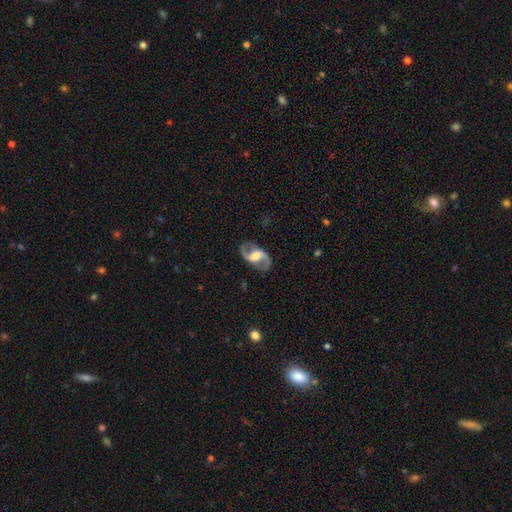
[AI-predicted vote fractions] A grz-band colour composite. It shows a featured or disk galaxy (89%) with a weak bar (46%), 2 (94%) loose (48%) spiral arms (96%) and a moderate central bulge (48%). Merging: none (84%).